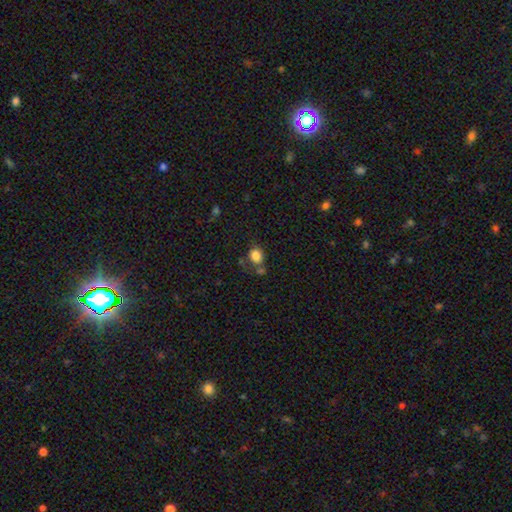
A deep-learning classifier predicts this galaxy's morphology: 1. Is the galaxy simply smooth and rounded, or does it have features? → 83% smooth, 11% star or artifact, 7% featured or disk.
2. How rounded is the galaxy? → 61% round, 38% in between, 1% cigar-shaped.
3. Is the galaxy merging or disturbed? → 59% none, 18% minor disturbance, 16% merger, 7% major disturbance.